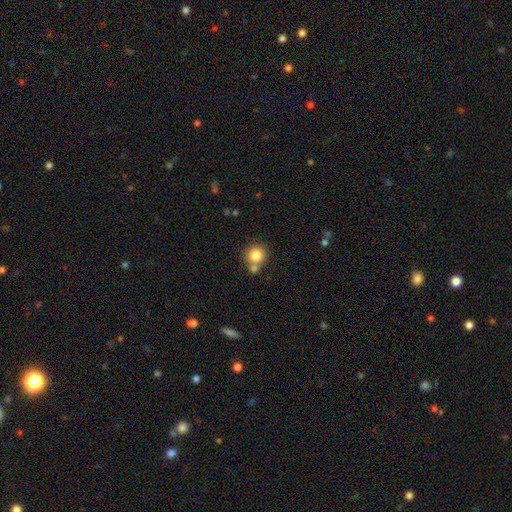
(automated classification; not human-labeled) Smooth or featured?
  - smooth: 82% *
  - star or artifact: 10%
  - featured or disk: 8%
How rounded?
  - round: 92% *
  - in between: 7%
  - cigar-shaped: 1%
Merging?
  - none: 63% *
  - merger: 26%
  - minor disturbance: 9%
  - major disturbance: 3%